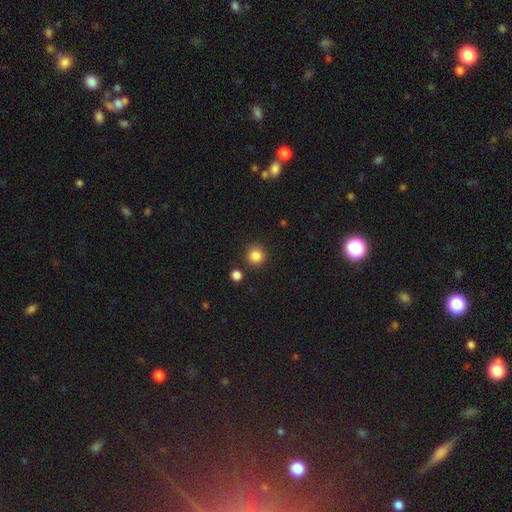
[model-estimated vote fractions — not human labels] smooth-or-featured: smooth: 85% | star or artifact: 11% | featured or disk: 4%
  how-rounded: round: 94% | in between: 5% | cigar-shaped: 1%
  merging: none: 87% | minor disturbance: 6% | merger: 4% | major disturbance: 2%